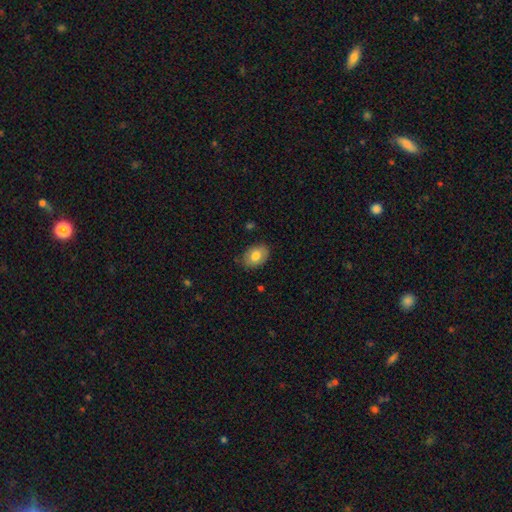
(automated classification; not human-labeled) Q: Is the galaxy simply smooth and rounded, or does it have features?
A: smooth — 80%.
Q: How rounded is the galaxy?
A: in between — 78%.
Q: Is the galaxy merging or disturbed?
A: none — 82%.